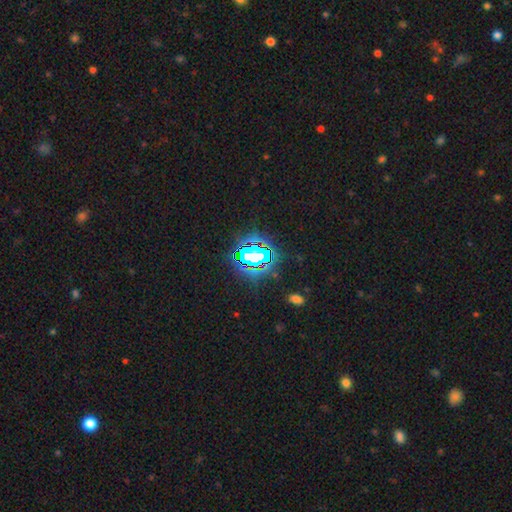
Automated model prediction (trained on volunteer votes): Smooth or featured?
  - star or artifact: 70% *
  - smooth: 17%
  - featured or disk: 13%